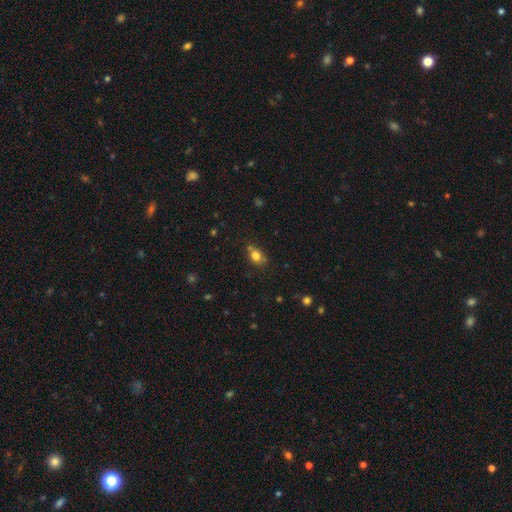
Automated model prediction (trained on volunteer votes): Q: Smooth or featured?
A: smooth (79%); runner-up: star or artifact (13%)
Q: How rounded?
A: in between (55%); runner-up: round (43%)
Q: Merging?
A: none (64%); runner-up: minor disturbance (20%)